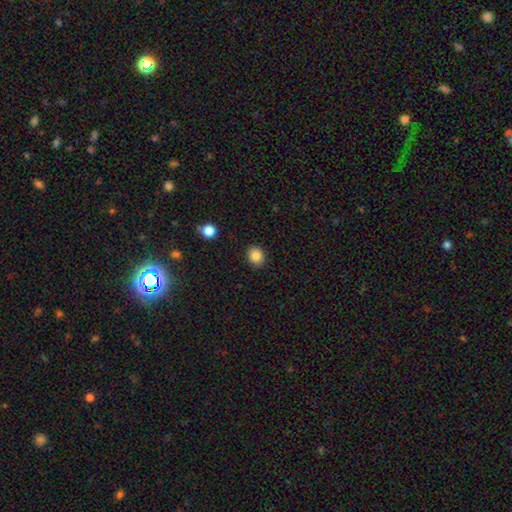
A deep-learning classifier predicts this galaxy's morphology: smooth 85%, star or artifact 10%, featured or disk 5%. Down the decision tree: how rounded — round (68%); merging — none (89%).